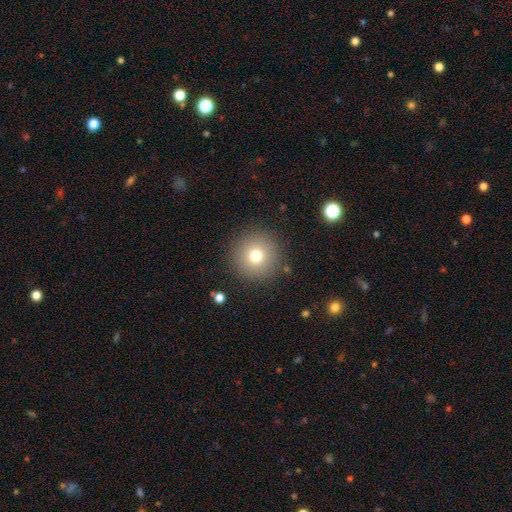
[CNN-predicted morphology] This is likely a smooth galaxy (74%). How rounded: clearly round (96%). Merging: clearly none (89%).